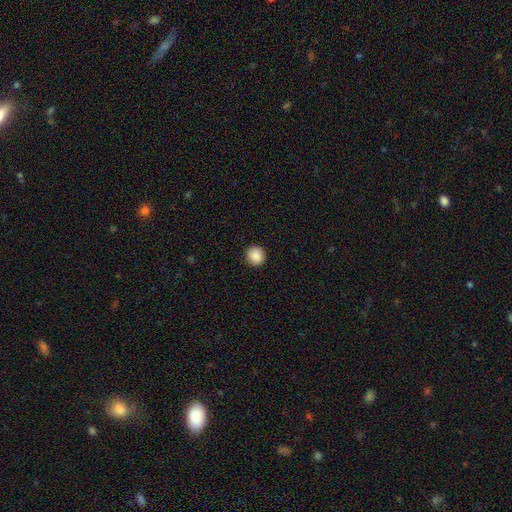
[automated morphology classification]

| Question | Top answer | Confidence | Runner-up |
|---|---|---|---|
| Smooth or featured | smooth | 88% | star or artifact (9%) |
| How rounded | round | 92% | in between (7%) |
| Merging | none | 92% | minor disturbance (5%) |